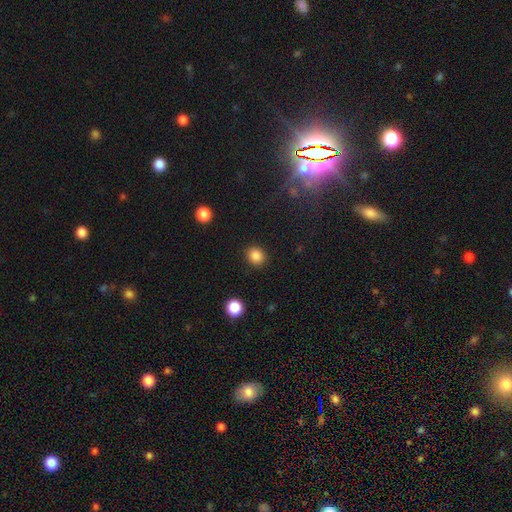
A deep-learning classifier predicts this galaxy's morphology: smooth-or-featured: smooth: 86% | star or artifact: 11% | featured or disk: 3%
  how-rounded: round: 75% | in between: 25% | cigar-shaped: 1%
  merging: none: 89% | minor disturbance: 7% | major disturbance: 3% | merger: 1%